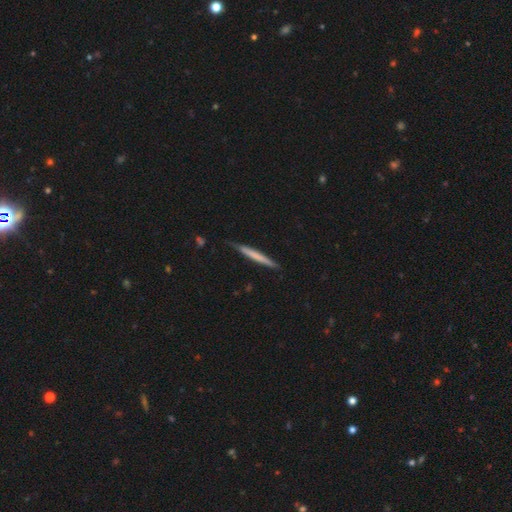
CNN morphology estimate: Q: Smooth or featured?
A: smooth (59%); runner-up: featured or disk (36%)
Q: How rounded?
A: cigar-shaped (96%); runner-up: in between (2%)
Q: Merging?
A: none (82%); runner-up: minor disturbance (14%)